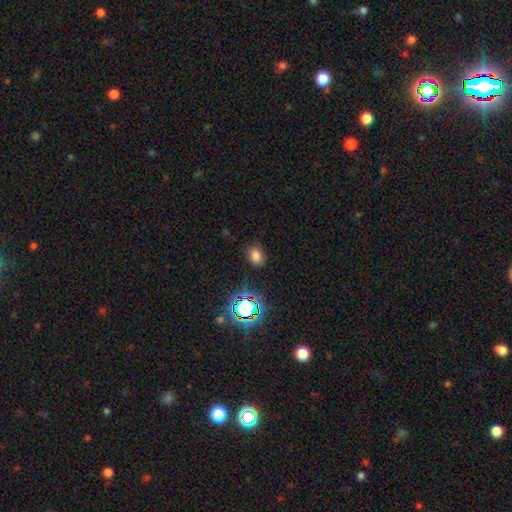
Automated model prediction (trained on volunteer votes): A smooth galaxy with no disk features (74%) that is in between round and cigar-shaped (59%). Merging: none (80%).